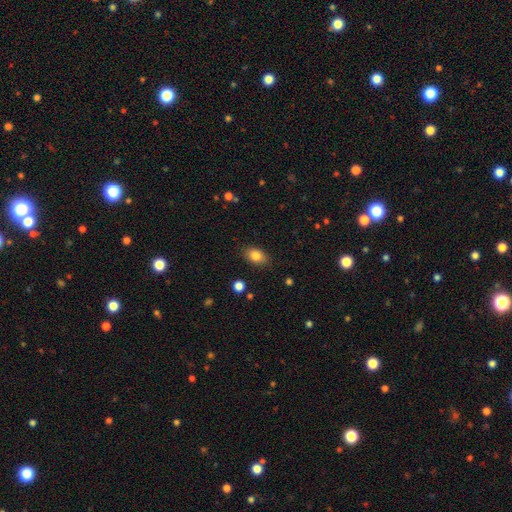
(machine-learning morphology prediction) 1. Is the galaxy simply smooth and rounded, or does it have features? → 83% smooth, 9% star or artifact, 8% featured or disk.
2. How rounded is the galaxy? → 83% in between, 15% round, 2% cigar-shaped.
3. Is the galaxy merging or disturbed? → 85% none, 11% minor disturbance, 3% major disturbance, 1% merger.